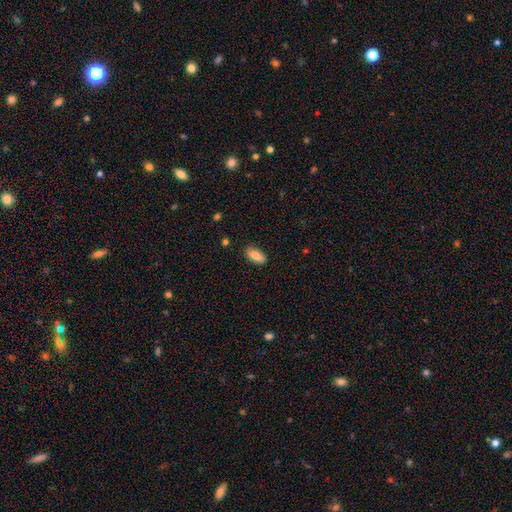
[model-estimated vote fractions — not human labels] smooth 84%, featured or disk 9%, star or artifact 7%. Down the decision tree: how rounded — in between (89%); merging — none (86%).